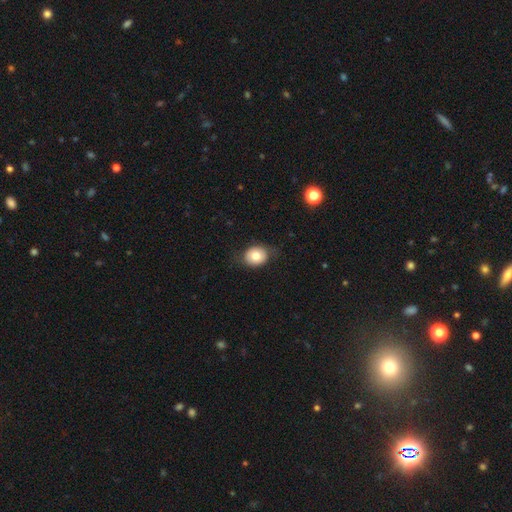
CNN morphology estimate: Q: Smooth or featured?
A: smooth (75%); runner-up: featured or disk (17%)
Q: How rounded?
A: round (51%); runner-up: in between (48%)
Q: Merging?
A: none (79%); runner-up: minor disturbance (15%)